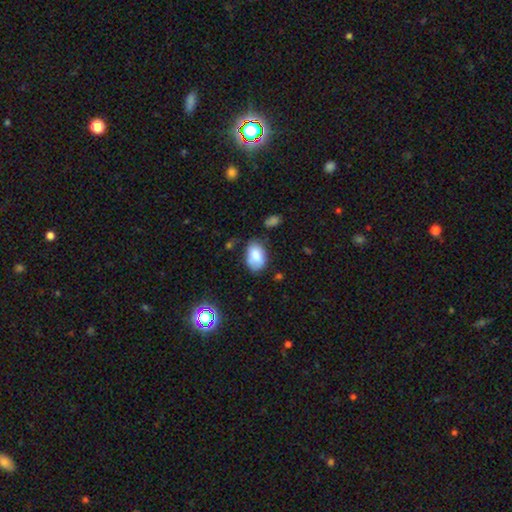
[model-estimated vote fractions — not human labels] Smooth or featured: smooth — 77% (featured or disk — 14%)
How rounded: in between — 89% (round — 9%)
Merging: none — 56% (minor disturbance — 30%)